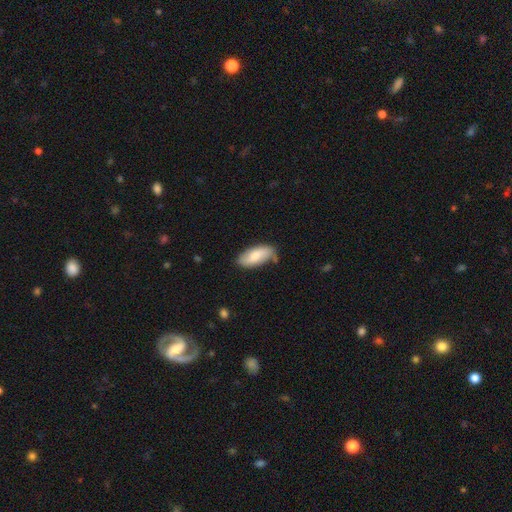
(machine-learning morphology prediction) A smooth galaxy with no disk features (72%) that is in between round and cigar-shaped (87%). Merging: none (69%).